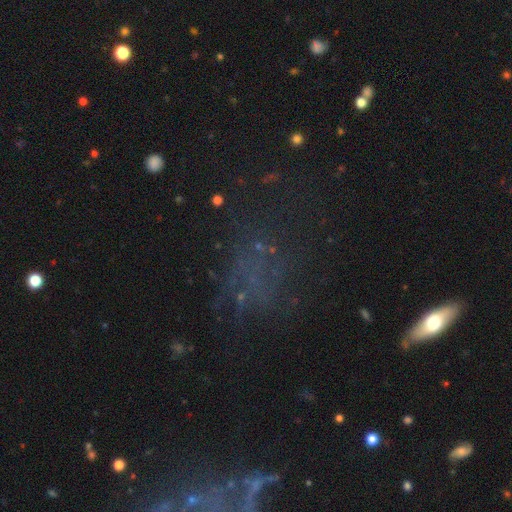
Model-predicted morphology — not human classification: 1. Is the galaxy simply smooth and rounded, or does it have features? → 35% star or artifact, 33% featured or disk, 32% smooth.